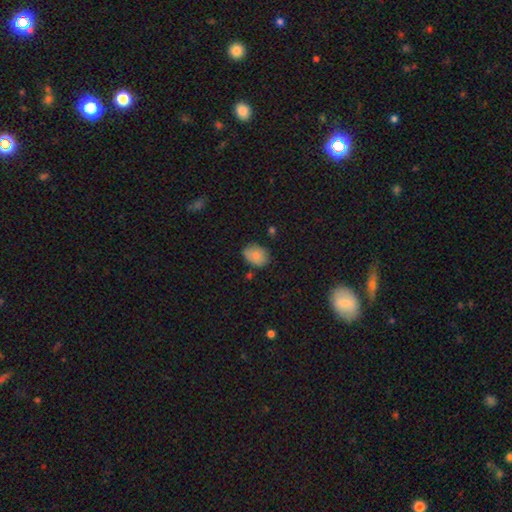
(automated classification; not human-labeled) A smooth galaxy with no disk features (82%) that is in between round and cigar-shaped (72%).

Vote fractions:
- Smooth or featured? smooth: 82% / featured or disk: 10% / star or artifact: 8%
- How rounded? in between: 72% / round: 27% / cigar-shaped: 1%
- Merging? none: 68% / minor disturbance: 24% / major disturbance: 5% / merger: 3%